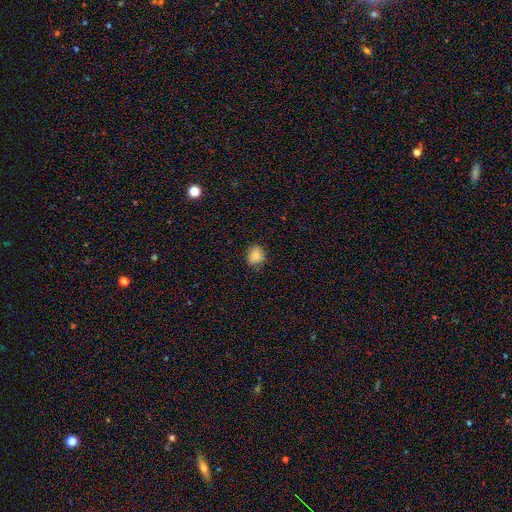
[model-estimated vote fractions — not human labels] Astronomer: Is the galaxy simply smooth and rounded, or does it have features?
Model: smooth — 85%.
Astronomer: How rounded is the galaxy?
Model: round — 65%.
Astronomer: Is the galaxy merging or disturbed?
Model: none — 79%.